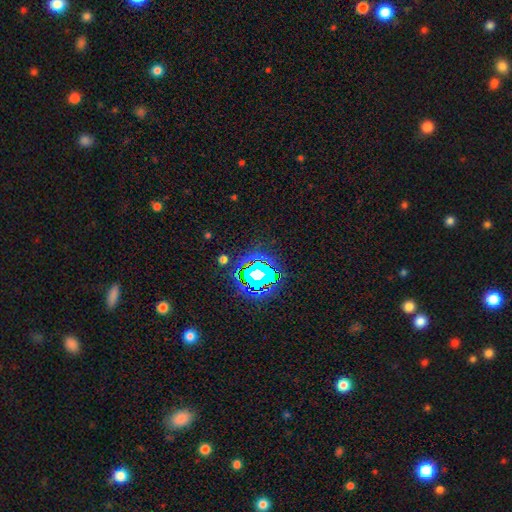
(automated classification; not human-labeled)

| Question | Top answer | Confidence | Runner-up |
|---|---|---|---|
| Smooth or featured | star or artifact | 83% | smooth (11%) |